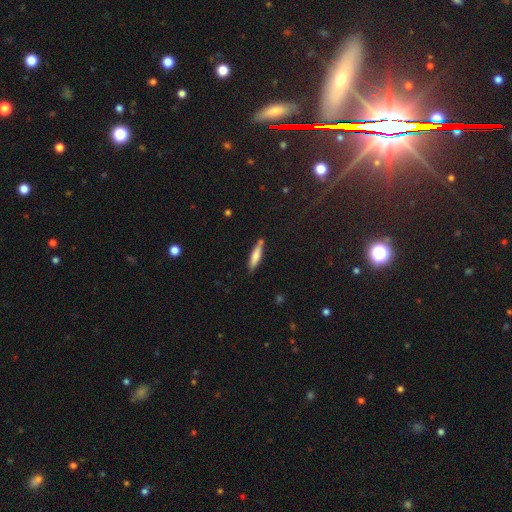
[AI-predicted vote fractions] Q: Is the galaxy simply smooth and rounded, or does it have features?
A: smooth — 70%.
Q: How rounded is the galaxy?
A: cigar-shaped — 80%.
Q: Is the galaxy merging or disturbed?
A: none — 78%.